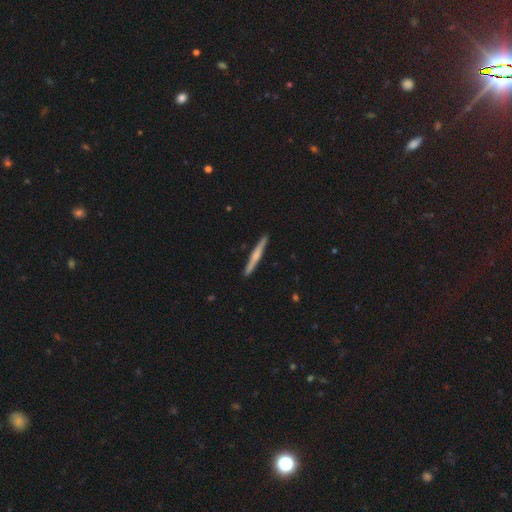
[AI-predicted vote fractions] A featured or disk galaxy (52%) viewed edge-on (97%) with a rounded central bulge (56%). Merging: none (91%).